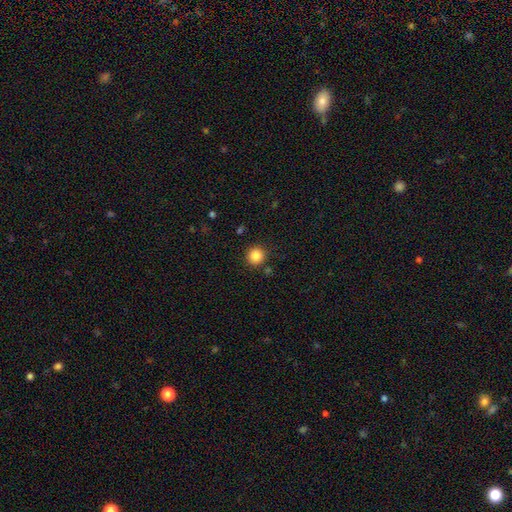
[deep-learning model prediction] The model was most divided on "smooth or featured": smooth: 85%, star or artifact: 10%, featured or disk: 4%. More confident: how rounded — round (93%); merging — none (89%).